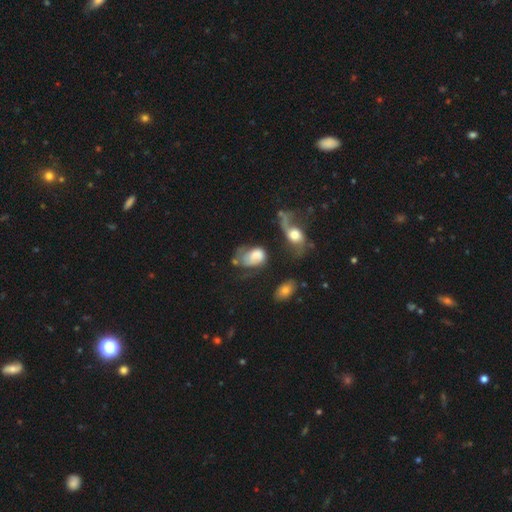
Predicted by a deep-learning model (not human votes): A smooth galaxy with no disk features (52%) that is in between round and cigar-shaped (79%).

Vote fractions:
- Smooth or featured? smooth: 52% / featured or disk: 39% / star or artifact: 9%
- How rounded? in between: 79% / round: 20% / cigar-shaped: 2%
- Merging? major disturbance: 36% / none: 24% / minor disturbance: 22% / merger: 19%